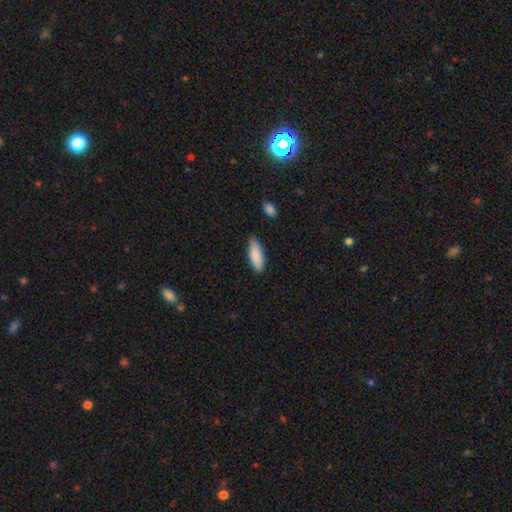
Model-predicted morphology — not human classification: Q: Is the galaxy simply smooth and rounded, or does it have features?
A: smooth — 88%.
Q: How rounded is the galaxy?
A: in between — 66%.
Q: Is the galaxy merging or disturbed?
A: none — 82%.